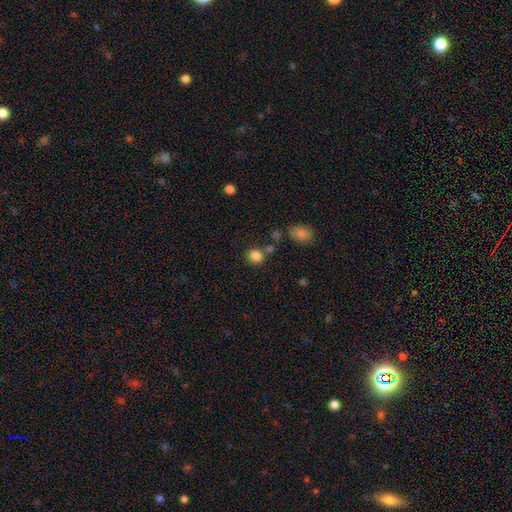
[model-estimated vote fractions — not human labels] This is clearly a smooth galaxy (83%). How rounded: likely round (72%). Merging: likely none (73%).